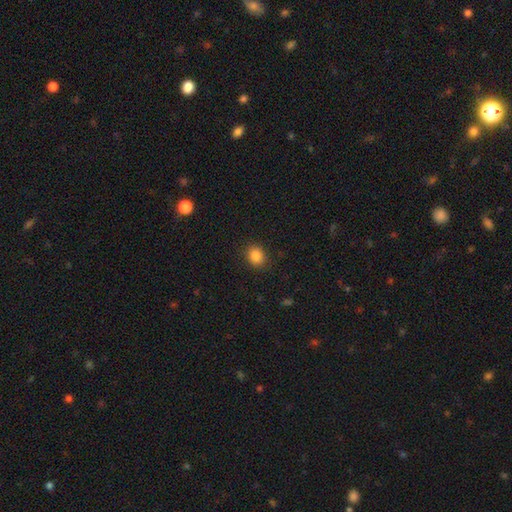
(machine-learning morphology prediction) smooth_or_featured: smooth (p=0.86) [alt: star or artifact p=0.10]
how_rounded: round (p=0.61) [alt: in between p=0.38]
merging: none (p=0.88) [alt: minor disturbance p=0.08]